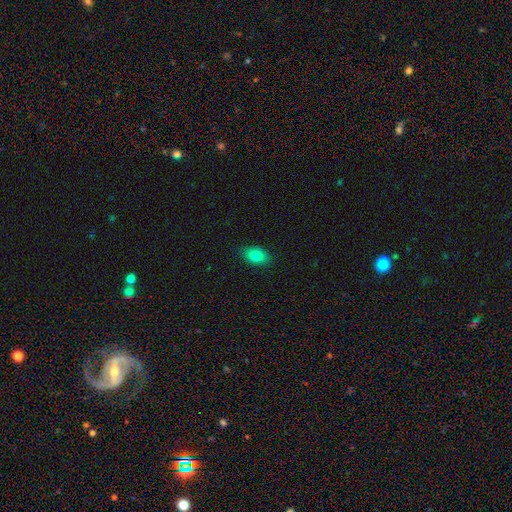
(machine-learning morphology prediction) A smooth galaxy with no disk features (84%) that is in between round and cigar-shaped (87%). Merging: none (86%).